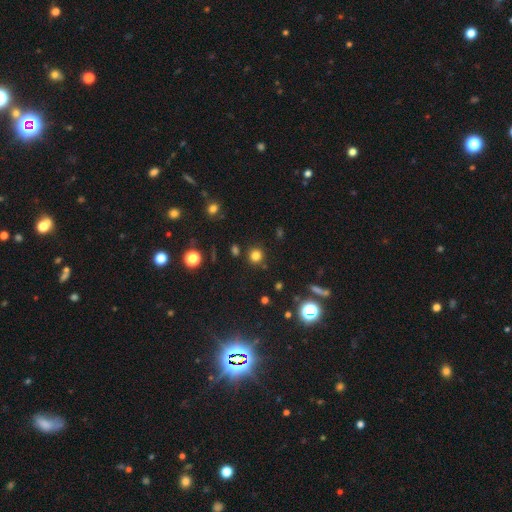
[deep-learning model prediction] Smooth or featured: smooth — 78% (star or artifact — 17%)
How rounded: round — 91% (in between — 8%)
Merging: none — 86% (minor disturbance — 8%)